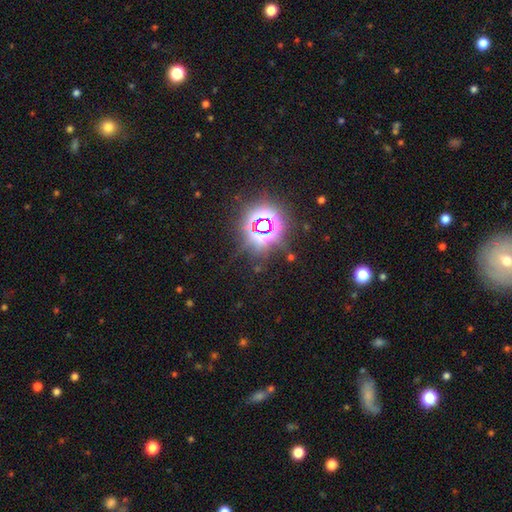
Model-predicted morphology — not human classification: smooth-or-featured: star or artifact: 80% | smooth: 12% | featured or disk: 8%